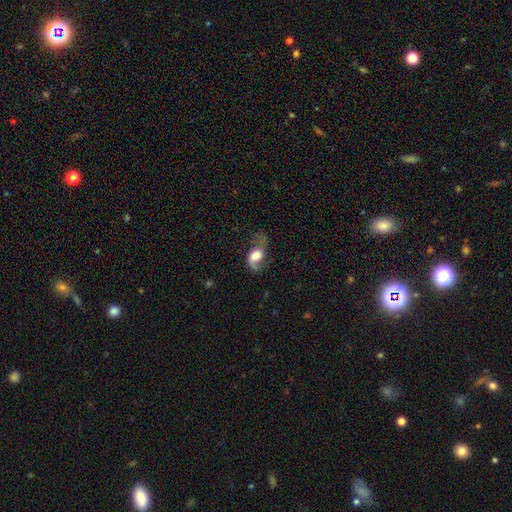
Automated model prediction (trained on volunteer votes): featured or disk 58%, smooth 33%, star or artifact 9%. Down the decision tree: edge-on disk — no (95%); bar — no (59%); spiral arms — yes (85%); bulge size — large (51%); merging — none (41%).